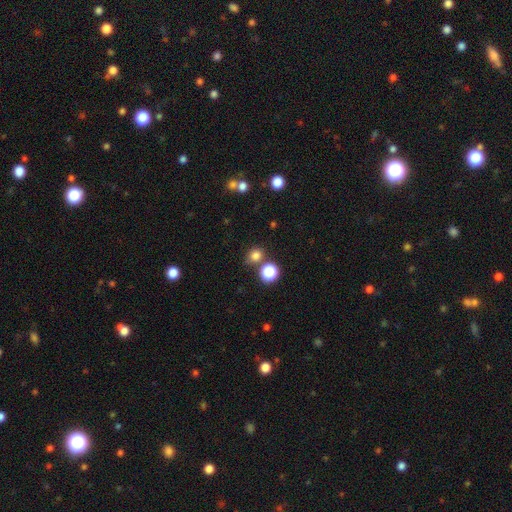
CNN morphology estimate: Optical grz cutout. It shows a smooth galaxy with no disk features (77%) that is round (75%). Merging: none (72%).